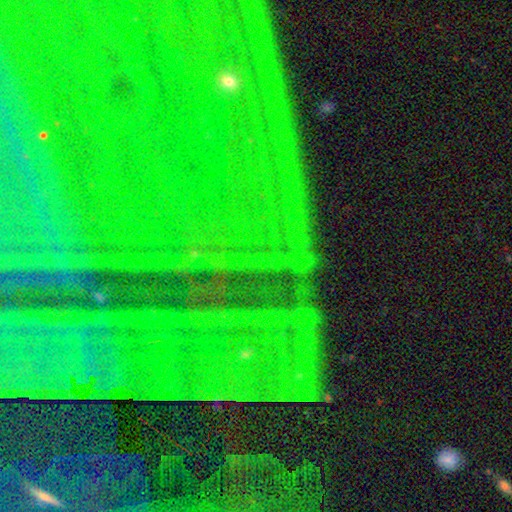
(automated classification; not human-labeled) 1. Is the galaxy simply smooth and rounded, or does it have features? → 86% star or artifact, 8% featured or disk, 6% smooth.